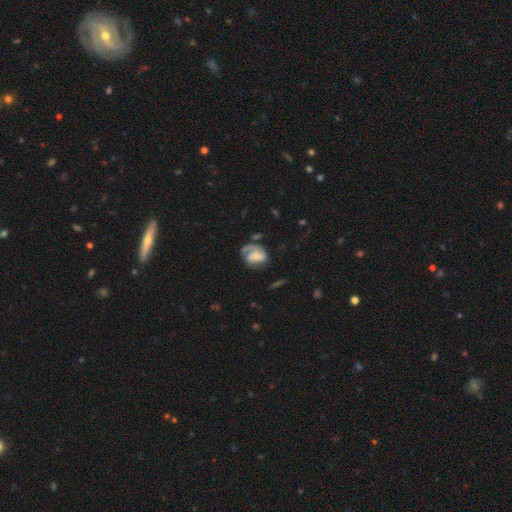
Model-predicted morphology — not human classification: Smooth or featured: featured or disk — 61% (smooth — 31%)
Edge-on disk: no — 97% (yes — 3%)
Bar: no — 55% (weak — 34%)
Spiral arms: yes — 84% (no — 16%)
Spiral winding: tight — 40% (medium — 38%)
Spiral arm count: 1 — 52% (2 — 31%)
Bulge size: small — 40% (moderate — 26%)
Merging: none — 44% (major disturbance — 26%)